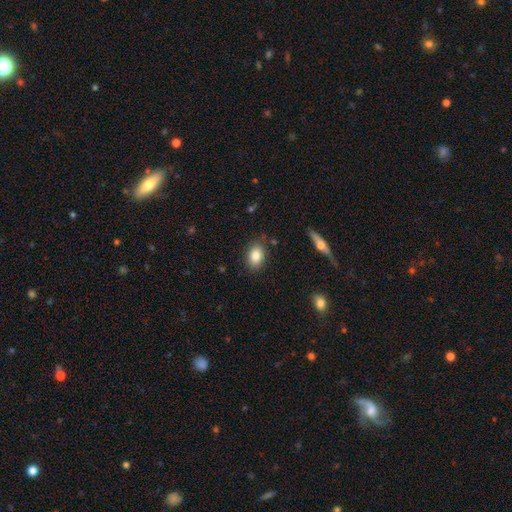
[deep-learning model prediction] Q: Smooth or featured?
A: smooth (82%); runner-up: featured or disk (10%)
Q: How rounded?
A: in between (82%); runner-up: round (17%)
Q: Merging?
A: none (84%); runner-up: minor disturbance (11%)